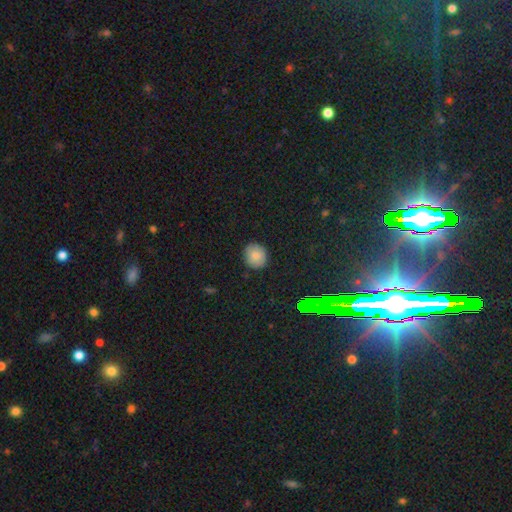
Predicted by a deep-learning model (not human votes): Q: Smooth or featured?
A: smooth (82%); runner-up: star or artifact (11%)
Q: How rounded?
A: round (81%); runner-up: in between (18%)
Q: Merging?
A: none (86%); runner-up: minor disturbance (11%)